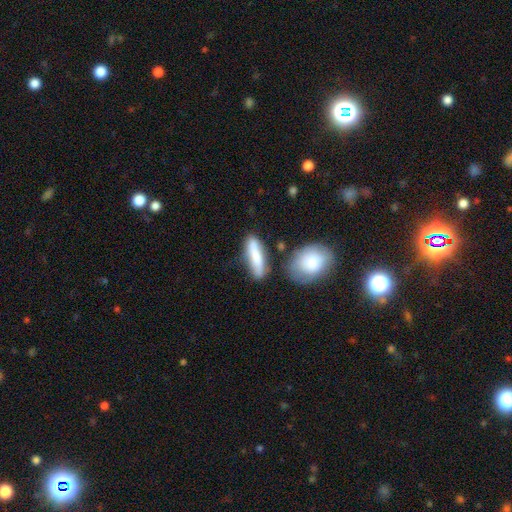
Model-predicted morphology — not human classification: The model was most divided on "how rounded": cigar-shaped: 69%, in between: 29%, round: 3%. More confident: smooth or featured — smooth (70%); merging — none (66%).